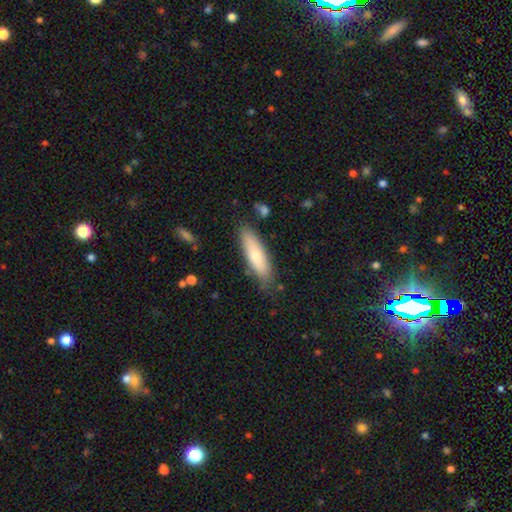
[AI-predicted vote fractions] smooth_or_featured: smooth (p=0.72) [alt: featured or disk p=0.22]
how_rounded: cigar-shaped (p=0.61) [alt: in between p=0.37]
merging: none (p=0.79) [alt: minor disturbance p=0.16]